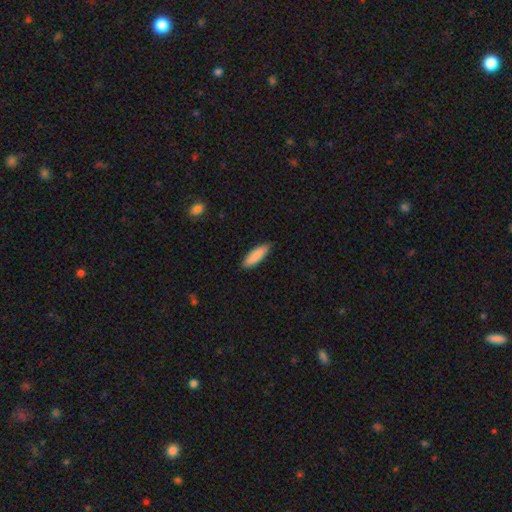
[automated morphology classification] Q: Smooth or featured?
A: smooth (87%); runner-up: featured or disk (8%)
Q: How rounded?
A: cigar-shaped (54%); runner-up: in between (45%)
Q: Merging?
A: none (87%); runner-up: minor disturbance (10%)